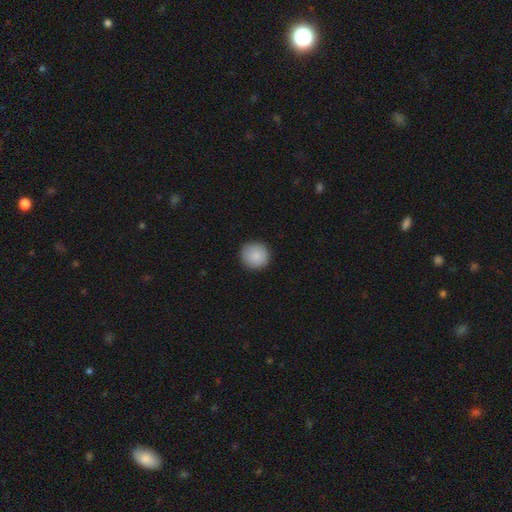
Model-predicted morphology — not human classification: Q: Smooth or featured?
A: smooth (88%); runner-up: star or artifact (7%)
Q: How rounded?
A: round (93%); runner-up: in between (6%)
Q: Merging?
A: none (91%); runner-up: minor disturbance (6%)